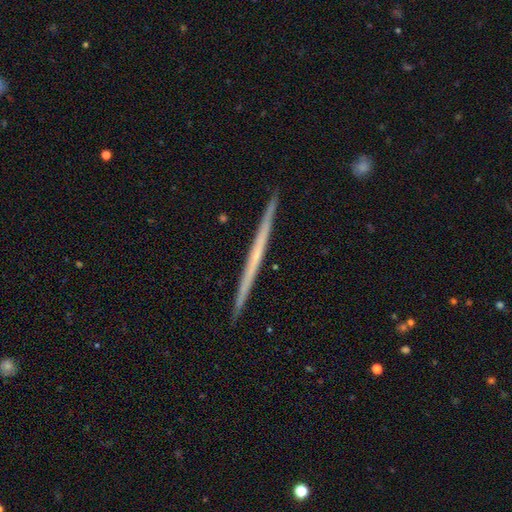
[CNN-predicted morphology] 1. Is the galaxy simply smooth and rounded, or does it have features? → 65% featured or disk, 30% smooth, 6% star or artifact.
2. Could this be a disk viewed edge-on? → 98% yes, 2% no.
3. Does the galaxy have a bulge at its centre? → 88% none, 9% rounded, 3% boxy.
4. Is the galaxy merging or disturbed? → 93% none, 5% minor disturbance, 1% merger, 1% major disturbance.